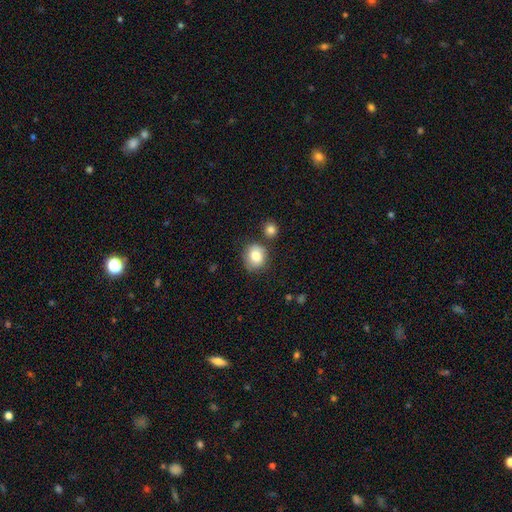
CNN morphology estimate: Overall: smooth (82%). How rounded: round (73%). Merging: none (71%).